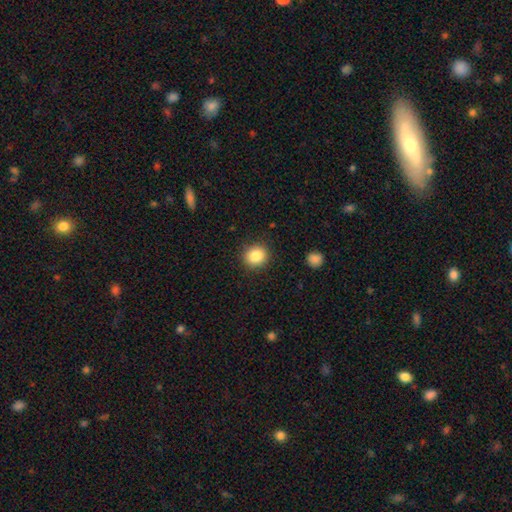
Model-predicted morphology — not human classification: A smooth galaxy with no disk features (84%) that is round (86%).

Vote fractions:
- Smooth or featured? smooth: 84% / star or artifact: 10% / featured or disk: 6%
- How rounded? round: 86% / in between: 13% / cigar-shaped: 1%
- Merging? none: 89% / minor disturbance: 7% / major disturbance: 2% / merger: 1%